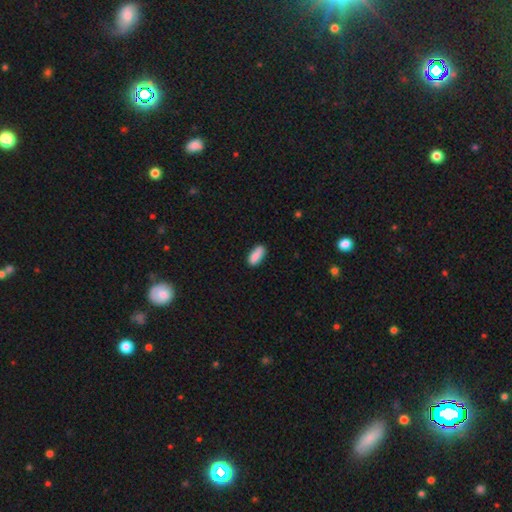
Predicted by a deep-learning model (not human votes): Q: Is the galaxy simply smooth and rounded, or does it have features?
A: smooth — 88%.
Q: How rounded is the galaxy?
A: in between — 81%.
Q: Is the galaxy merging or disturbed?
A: none — 79%.